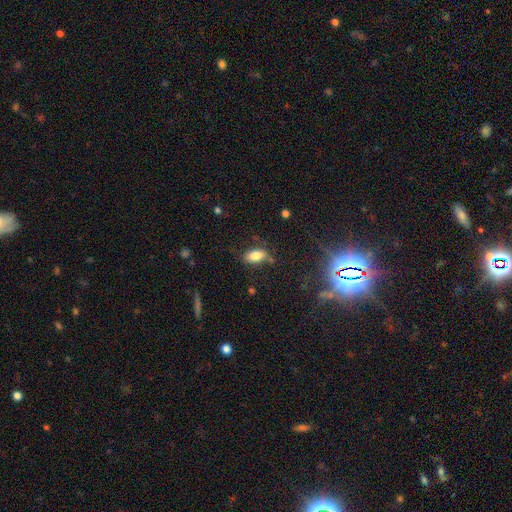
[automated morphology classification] A smooth galaxy with no disk features (80%) that is in between round and cigar-shaped (89%). Merging: none (70%).